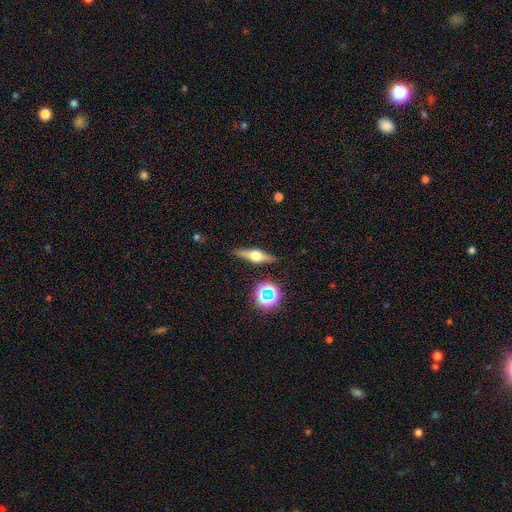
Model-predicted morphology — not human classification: Smooth or featured: featured or disk — 66% (smooth — 25%)
Edge-on disk: yes — 96% (no — 4%)
Edge-on bulge: rounded — 94% (boxy — 4%)
Merging: none — 89% (minor disturbance — 8%)